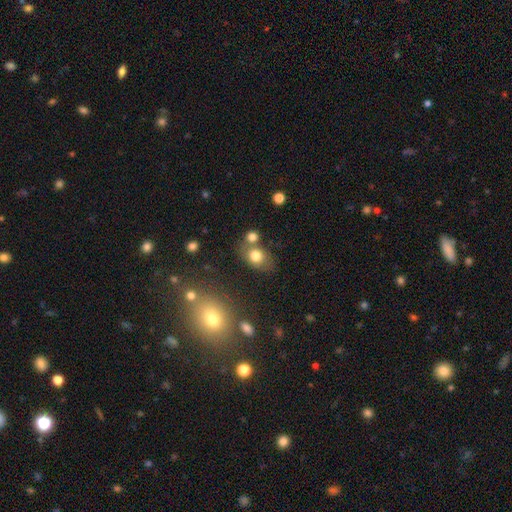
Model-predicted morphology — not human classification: Overall: smooth (77%). How rounded: in between (52%; round 47%). Merging: none (55%; merger 27%).